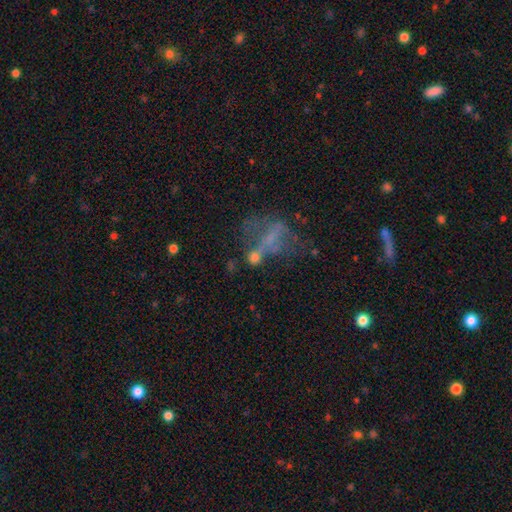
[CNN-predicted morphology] Smooth or featured?
  - featured or disk: 44% *
  - smooth: 31%
  - star or artifact: 24%
Merging?
  - major disturbance: 35% *
  - none: 30%
  - merger: 20%
  - minor disturbance: 15%